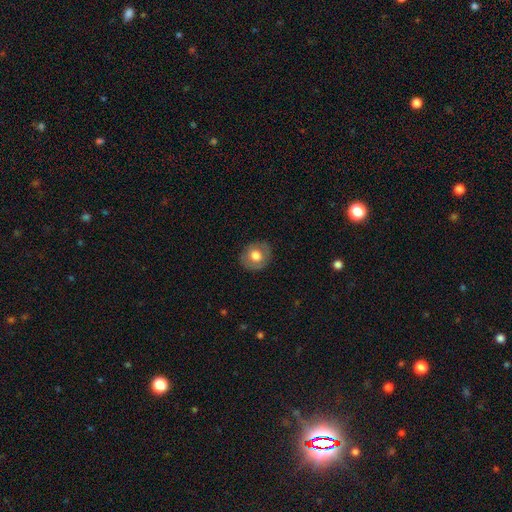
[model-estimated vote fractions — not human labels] A smooth galaxy with no disk features (66%) that is round (78%). Merging: none (85%).